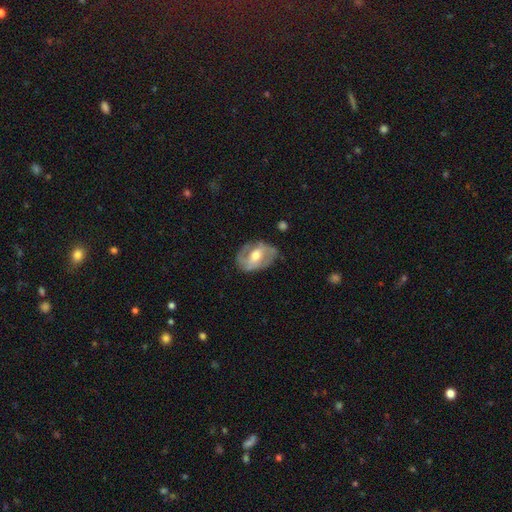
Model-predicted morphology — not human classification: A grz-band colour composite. It shows a featured or disk galaxy (71%) with a weak bar (41%), 2 (79%) medium (46%) spiral arms (76%) and a moderate central bulge (69%). Merging: none (72%).